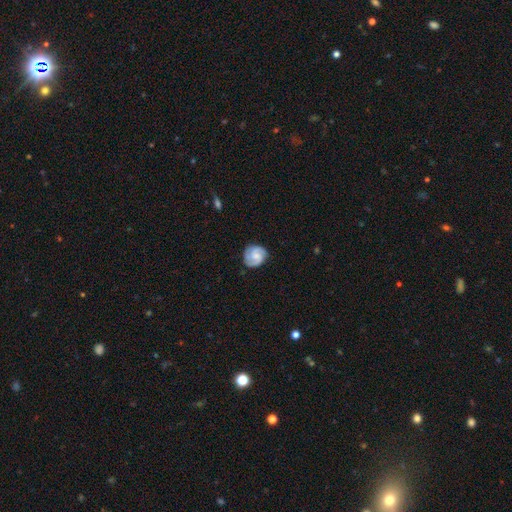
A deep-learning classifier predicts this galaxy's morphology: Q: Smooth or featured?
A: featured or disk (63%); runner-up: smooth (30%)
Q: Edge-on disk?
A: no (98%); runner-up: yes (2%)
Q: Bar?
A: no (57%); runner-up: weak (37%)
Q: Spiral arms?
A: yes (94%); runner-up: no (6%)
Q: Spiral winding?
A: tight (45%); runner-up: medium (42%)
Q: Spiral arm count?
A: 2 (58%); runner-up: 3 (22%)
Q: Bulge size?
A: small (44%); runner-up: moderate (39%)
Q: Merging?
A: none (78%); runner-up: minor disturbance (17%)